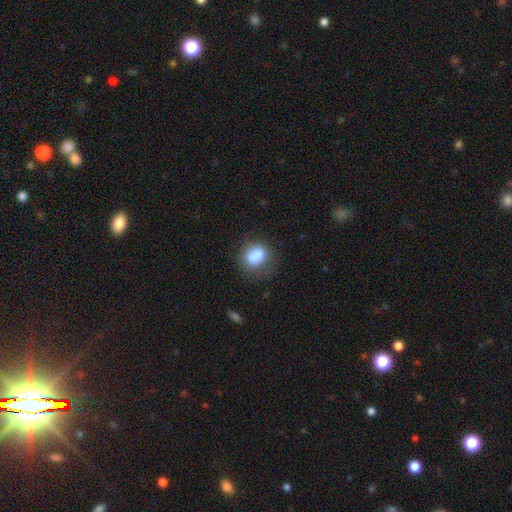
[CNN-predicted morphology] A smooth galaxy with no disk features (79%) that is round (64%).

Vote fractions:
- Smooth or featured? smooth: 79% / featured or disk: 11% / star or artifact: 10%
- How rounded? round: 64% / in between: 35% / cigar-shaped: 1%
- Merging? none: 54% / minor disturbance: 23% / merger: 12% / major disturbance: 11%